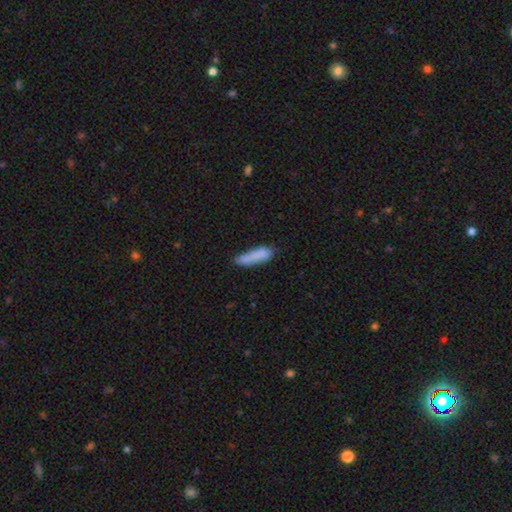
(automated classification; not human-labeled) smooth 81%, featured or disk 12%, star or artifact 7%. Down the decision tree: how rounded — cigar-shaped (71%); merging — none (64%).